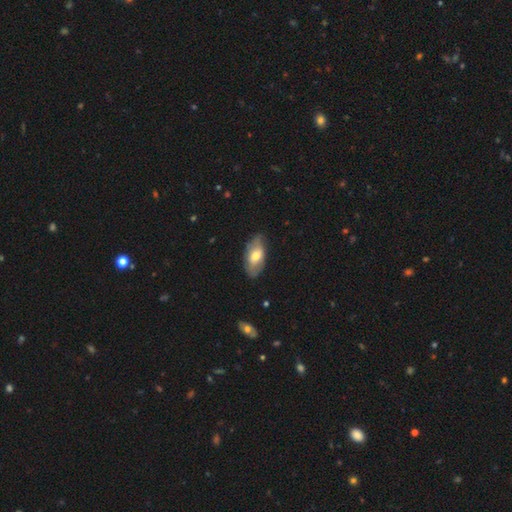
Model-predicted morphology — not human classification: The model was most divided on "smooth or featured": smooth: 53%, featured or disk: 41%, star or artifact: 6%. More confident: how rounded — in between (91%); merging — none (76%).